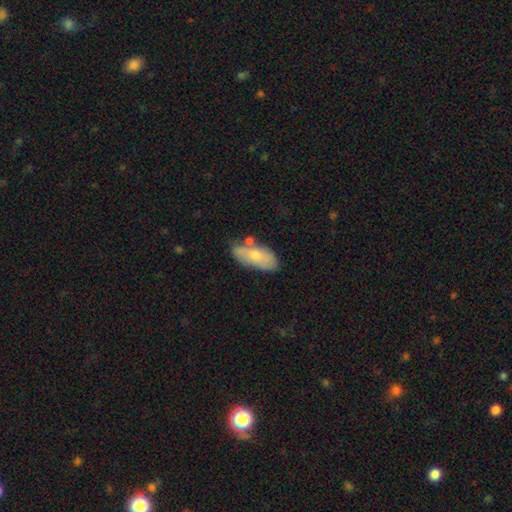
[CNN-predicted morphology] This is likely a smooth galaxy (69%). How rounded: clearly in between (87%). Merging: possibly none (59%).